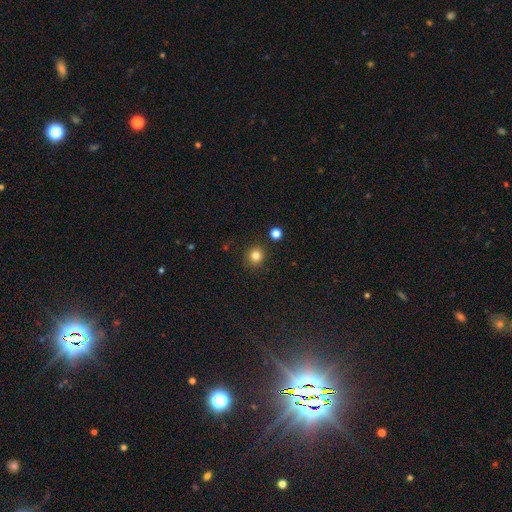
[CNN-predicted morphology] Overall: smooth (81%). How rounded: round (90%). Merging: none (88%).